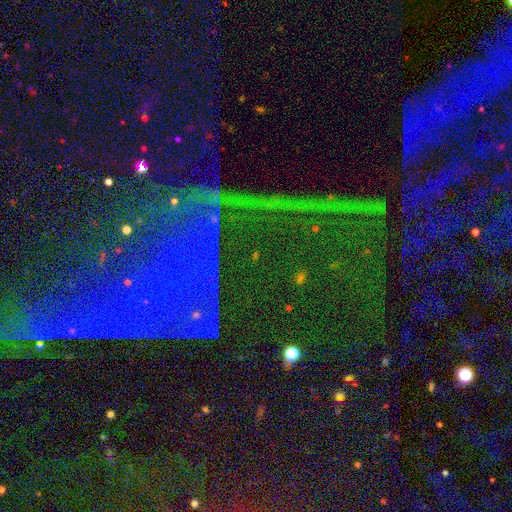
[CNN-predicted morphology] Smooth or featured: star or artifact — 75% (smooth — 15%)